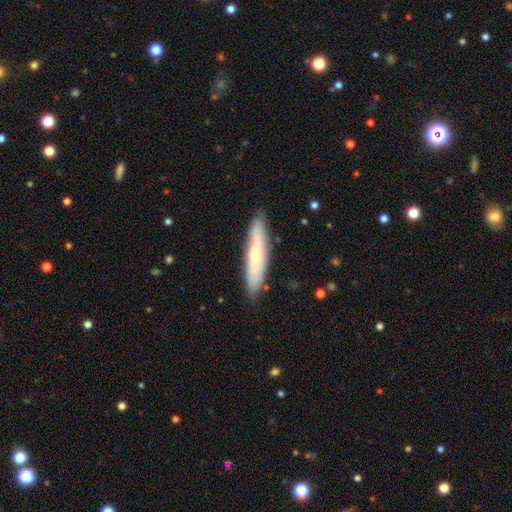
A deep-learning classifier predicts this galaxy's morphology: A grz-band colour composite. It shows a smooth galaxy with no disk features (52%) that is cigar-shaped (81%). Merging: none (83%).